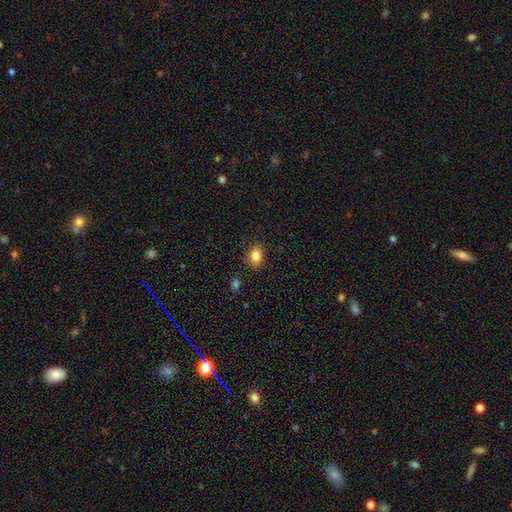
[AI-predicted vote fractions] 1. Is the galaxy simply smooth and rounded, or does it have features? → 84% smooth, 10% star or artifact, 6% featured or disk.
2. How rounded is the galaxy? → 74% in between, 24% round, 1% cigar-shaped.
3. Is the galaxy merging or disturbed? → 85% none, 11% minor disturbance, 3% major disturbance, 2% merger.